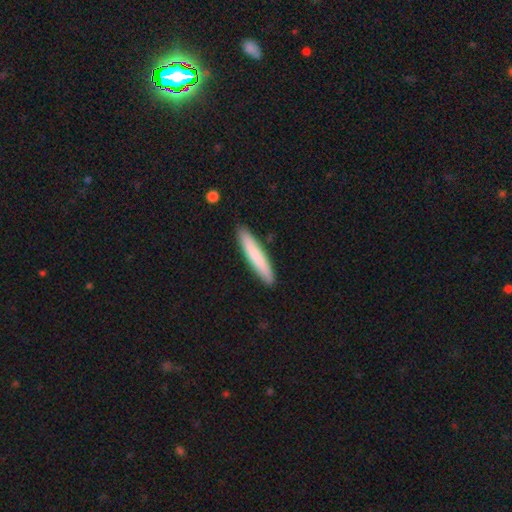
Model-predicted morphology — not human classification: Smooth or featured: smooth — 78% (featured or disk — 16%)
How rounded: cigar-shaped — 92% (in between — 7%)
Merging: none — 89% (minor disturbance — 8%)